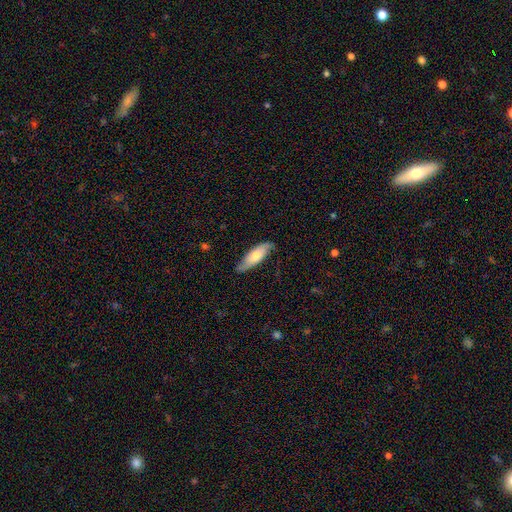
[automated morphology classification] A smooth galaxy with no disk features (53%) that is in between round and cigar-shaped (56%).

Vote fractions:
- Smooth or featured? smooth: 53% / featured or disk: 41% / star or artifact: 6%
- How rounded? in between: 56% / cigar-shaped: 42% / round: 2%
- Merging? none: 73% / minor disturbance: 21% / major disturbance: 4% / merger: 1%